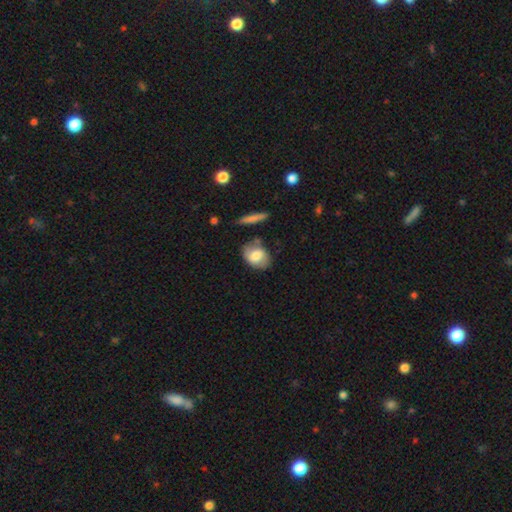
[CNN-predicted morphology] smooth-or-featured: smooth: 70% | featured or disk: 23% | star or artifact: 7%
  how-rounded: in between: 72% | round: 26% | cigar-shaped: 2%
  merging: none: 69% | minor disturbance: 19% | merger: 7% | major disturbance: 5%